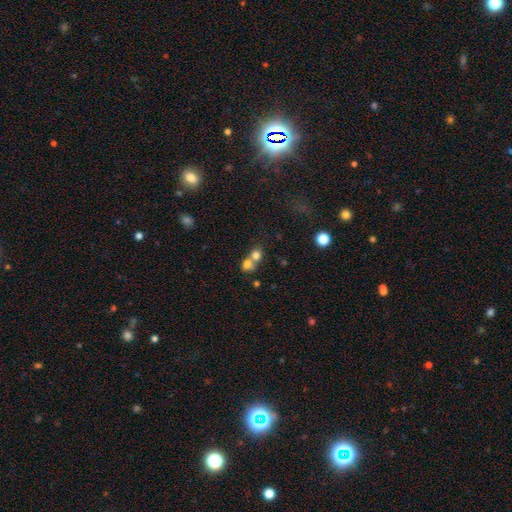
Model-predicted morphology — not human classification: This is likely a smooth galaxy (75%). How rounded: likely round (73%). Merging: likely merger (65%).